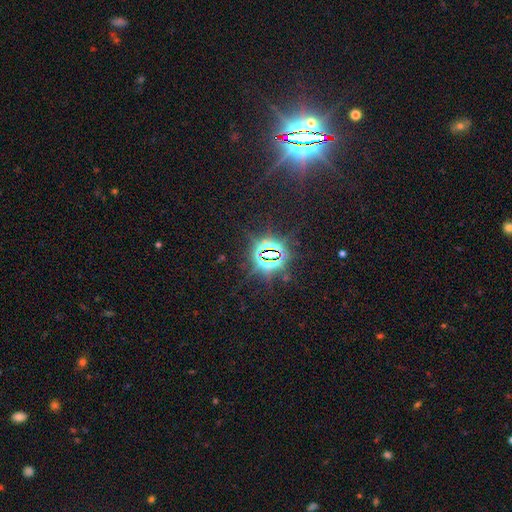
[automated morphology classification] star or artifact 86%, featured or disk 7%, smooth 7%.